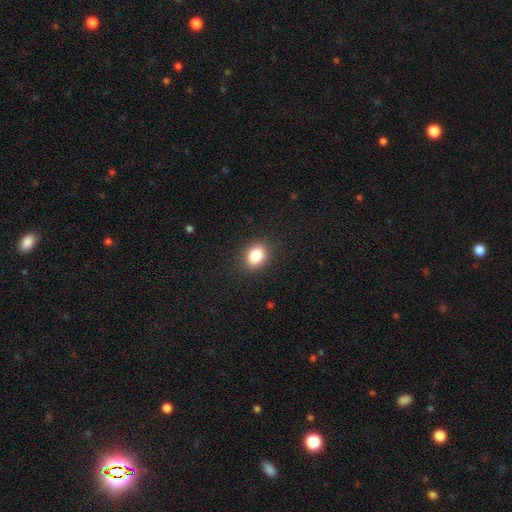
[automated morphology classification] smooth_or_featured: smooth (p=0.85) [alt: star or artifact p=0.10]
how_rounded: in between (p=0.57) [alt: round p=0.42]
merging: none (p=0.88) [alt: minor disturbance p=0.08]